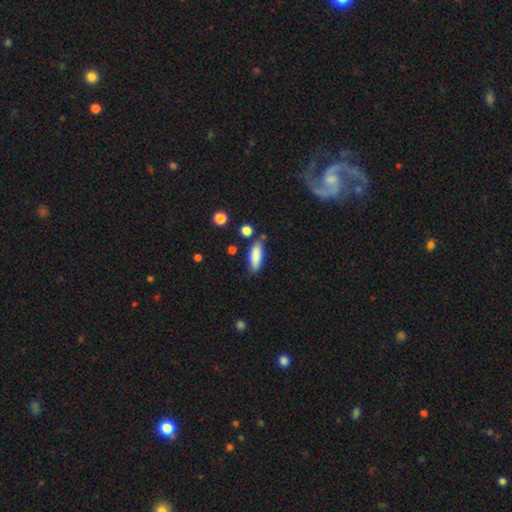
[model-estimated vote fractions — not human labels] This appears to be a smooth galaxy with no disk features (85%) that is in between round and cigar-shaped (58%). Merging: none (78%).